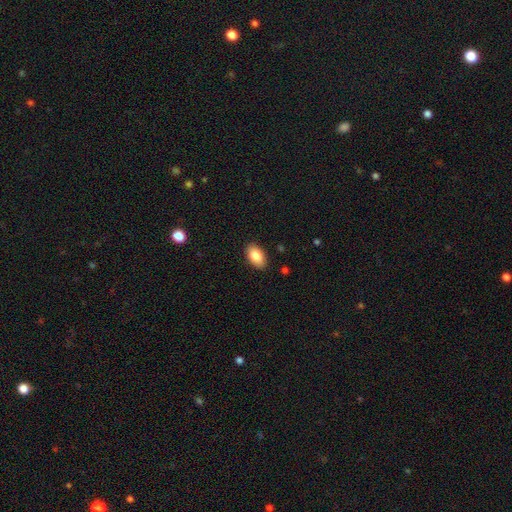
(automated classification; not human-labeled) This is clearly a smooth galaxy (86%). How rounded: clearly in between (93%). Merging: clearly none (88%).